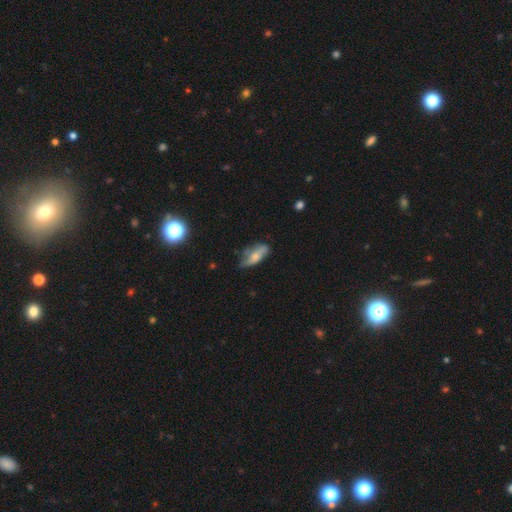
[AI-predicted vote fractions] Q: Smooth or featured?
A: smooth (58%); runner-up: featured or disk (34%)
Q: How rounded?
A: in between (73%); runner-up: cigar-shaped (24%)
Q: Merging?
A: none (46%); runner-up: minor disturbance (38%)